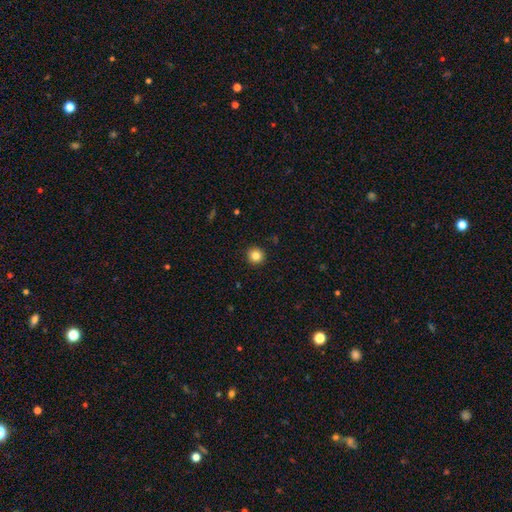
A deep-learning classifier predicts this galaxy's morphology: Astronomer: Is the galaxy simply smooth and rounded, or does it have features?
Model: smooth — 84%.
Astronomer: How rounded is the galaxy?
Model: round — 95%.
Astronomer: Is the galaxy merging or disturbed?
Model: none — 93%.